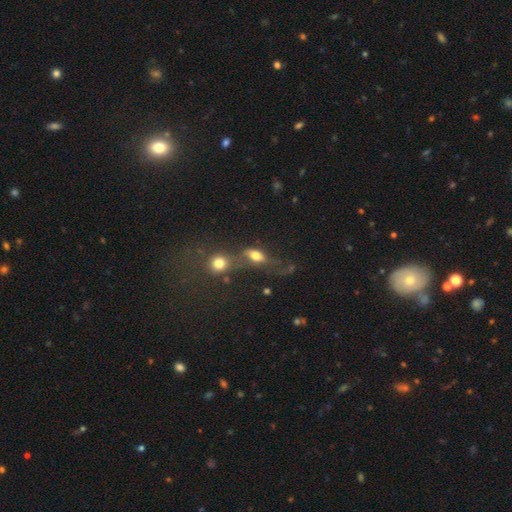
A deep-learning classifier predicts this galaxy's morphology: A smooth galaxy with no disk features (66%) that is in between round and cigar-shaped (69%).

Vote fractions:
- Smooth or featured? smooth: 66% / featured or disk: 20% / star or artifact: 13%
- How rounded? in between: 69% / round: 23% / cigar-shaped: 8%
- Merging? merger: 45% / none: 22% / major disturbance: 20% / minor disturbance: 13%